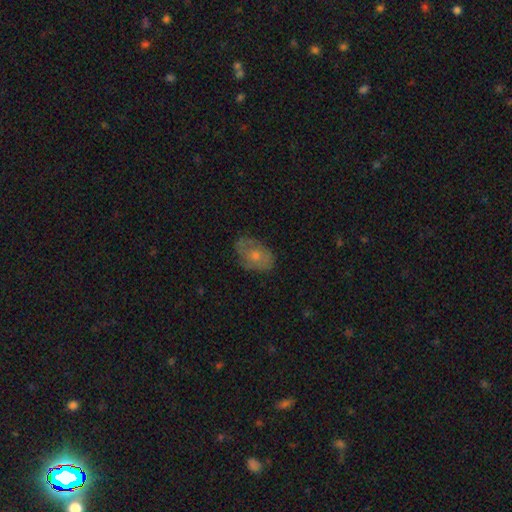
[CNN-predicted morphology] smooth-or-featured: smooth: 49% | featured or disk: 40% | star or artifact: 10%
  merging: none: 71% | minor disturbance: 21% | major disturbance: 6% | merger: 1%